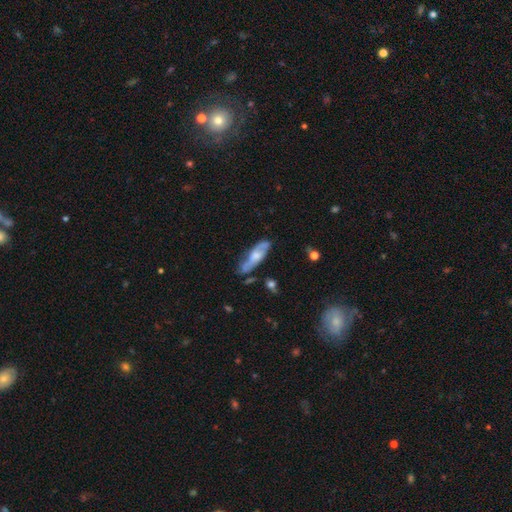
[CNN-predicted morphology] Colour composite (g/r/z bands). It shows a featured or disk galaxy (58%). Merging: none (64%).